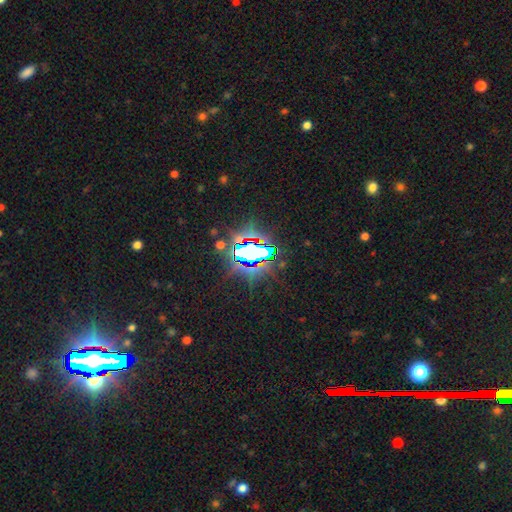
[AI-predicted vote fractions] Morphology: type=star or artifact (78%).